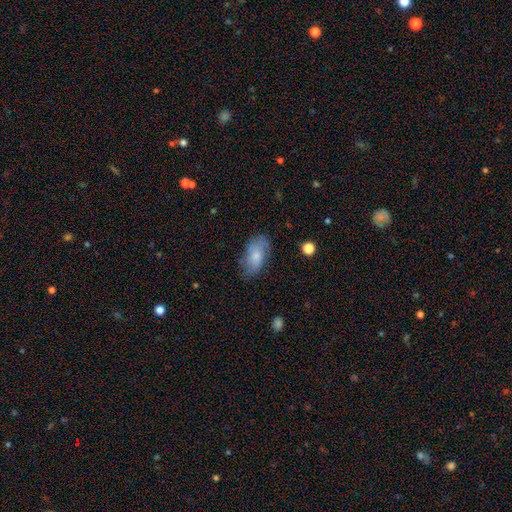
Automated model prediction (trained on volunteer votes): This is likely a smooth galaxy (64%). How rounded: clearly in between (93%). Merging: likely none (68%).